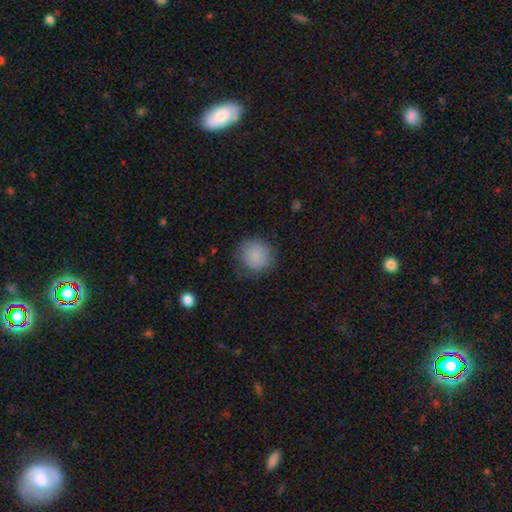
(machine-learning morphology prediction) A smooth galaxy with no disk features (86%) that is round (90%).

Vote fractions:
- Smooth or featured? smooth: 86% / star or artifact: 8% / featured or disk: 6%
- How rounded? round: 90% / in between: 9% / cigar-shaped: 1%
- Merging? none: 81% / minor disturbance: 13% / major disturbance: 4% / merger: 1%